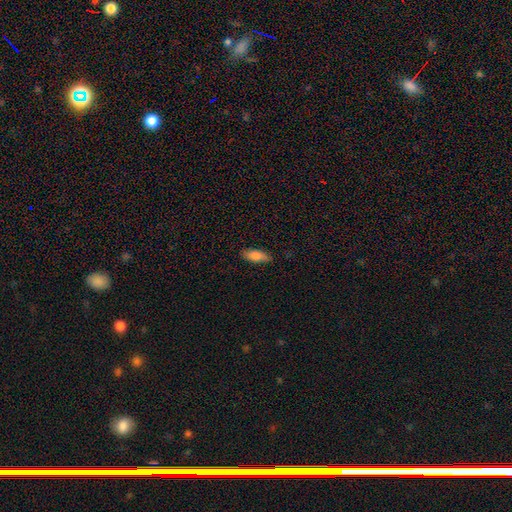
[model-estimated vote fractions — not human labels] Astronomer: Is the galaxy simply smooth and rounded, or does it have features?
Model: smooth — 81%.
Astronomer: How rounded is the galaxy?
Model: in between — 75%.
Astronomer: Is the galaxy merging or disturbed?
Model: none — 84%.